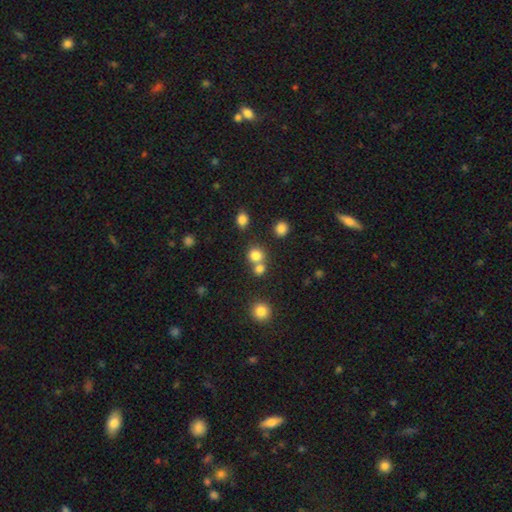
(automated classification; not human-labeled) Smooth or featured?
  - smooth: 78% *
  - star or artifact: 14%
  - featured or disk: 7%
How rounded?
  - round: 85% *
  - in between: 14%
  - cigar-shaped: 1%
Merging?
  - none: 56% *
  - merger: 34%
  - minor disturbance: 7%
  - major disturbance: 3%